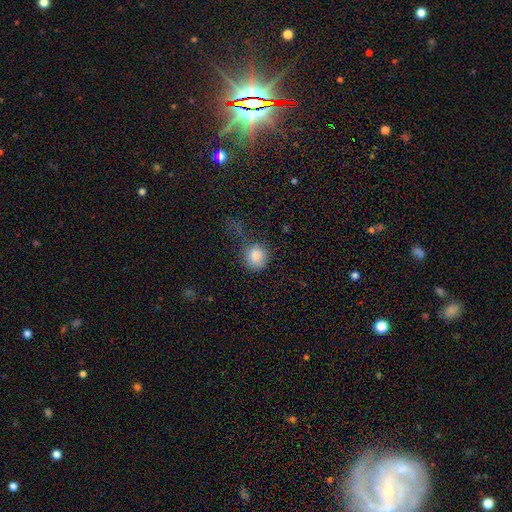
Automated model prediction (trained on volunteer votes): Smooth or featured? smooth (84%)
How rounded? round (87%)
Merging? none (52%)